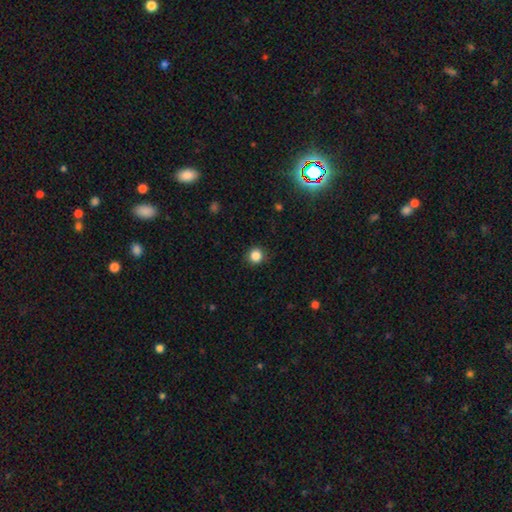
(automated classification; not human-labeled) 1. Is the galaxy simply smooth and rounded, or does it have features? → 85% smooth, 11% star or artifact, 4% featured or disk.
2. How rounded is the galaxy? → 92% round, 7% in between, 1% cigar-shaped.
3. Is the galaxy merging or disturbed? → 90% none, 7% minor disturbance, 2% major disturbance, 1% merger.